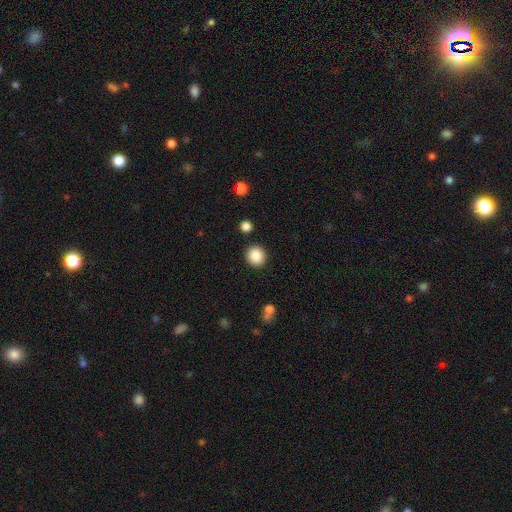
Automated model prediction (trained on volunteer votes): A smooth galaxy with no disk features (87%) that is round (83%). Merging: none (89%).